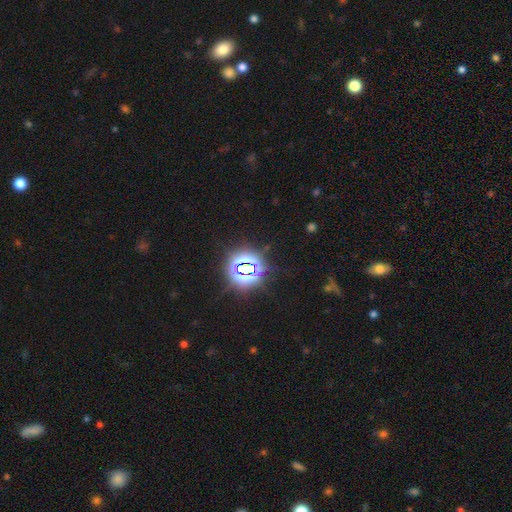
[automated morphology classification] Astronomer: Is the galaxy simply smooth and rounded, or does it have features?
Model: star or artifact — 78%.